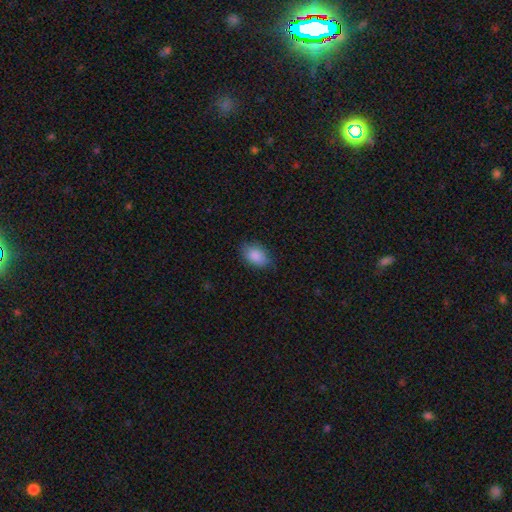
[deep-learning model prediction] This appears to be a smooth galaxy with no disk features (87%) that is in between round and cigar-shaped (86%). Merging: none (77%).